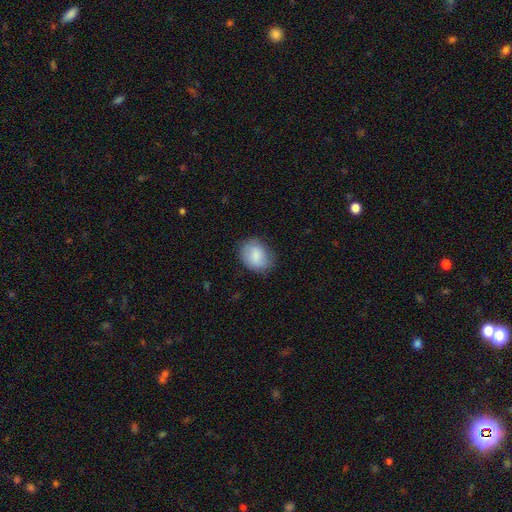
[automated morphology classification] type=smooth (84%); roundness=in between (63%); merging=none (77%).